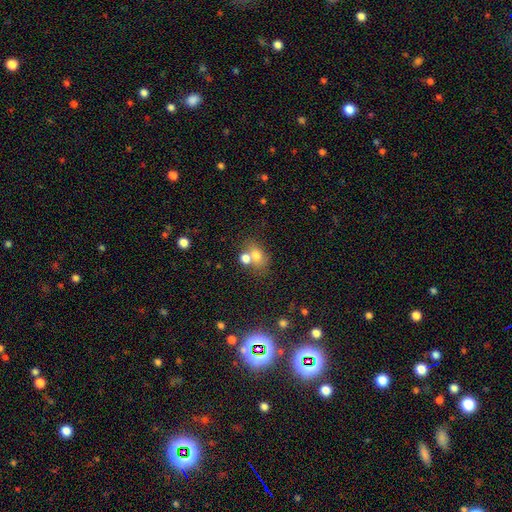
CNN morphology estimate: Q: Smooth or featured?
A: smooth (71%); runner-up: featured or disk (16%)
Q: How rounded?
A: in between (61%); runner-up: round (38%)
Q: Merging?
A: merger (43%); runner-up: none (40%)